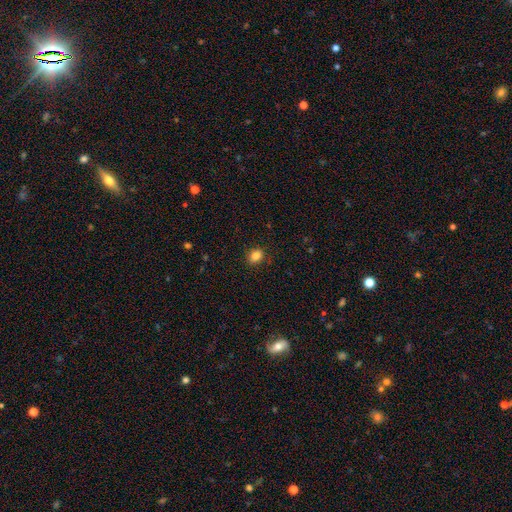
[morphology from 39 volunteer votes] A smooth galaxy with no disk features (85%) that is in between round and cigar-shaped (67%). Merging: none (88%).